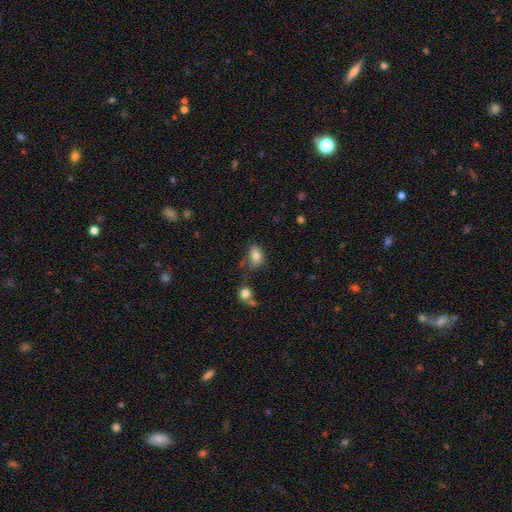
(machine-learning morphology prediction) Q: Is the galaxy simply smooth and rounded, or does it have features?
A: smooth — 80%.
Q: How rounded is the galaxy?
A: in between — 75%.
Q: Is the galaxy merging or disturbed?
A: none — 58%.